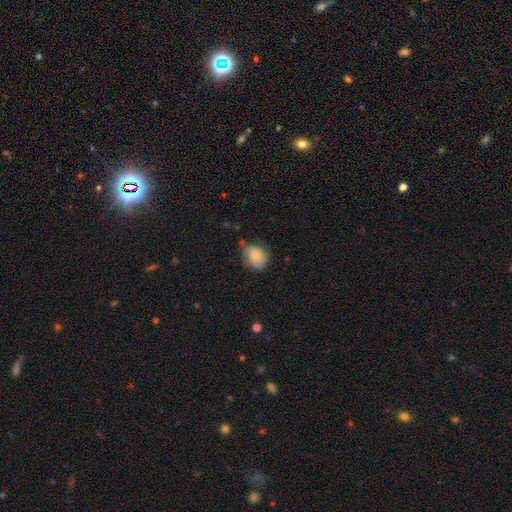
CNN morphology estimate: Smooth or featured: smooth — 73% (featured or disk — 19%)
How rounded: round — 61% (in between — 38%)
Merging: none — 58% (minor disturbance — 31%)